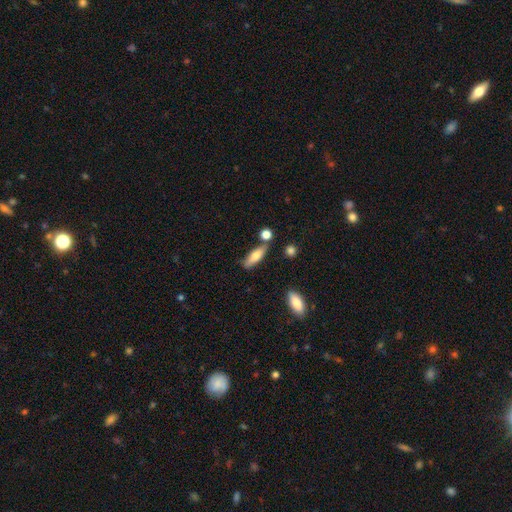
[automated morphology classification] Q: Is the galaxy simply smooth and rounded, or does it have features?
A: smooth — 71%.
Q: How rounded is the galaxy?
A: in between — 51%.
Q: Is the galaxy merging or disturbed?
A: none — 69%.